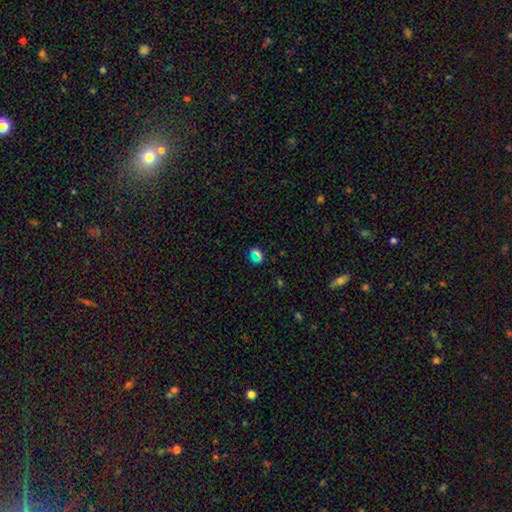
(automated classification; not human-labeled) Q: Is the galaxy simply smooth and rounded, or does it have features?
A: smooth — 55%.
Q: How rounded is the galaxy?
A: round — 74%.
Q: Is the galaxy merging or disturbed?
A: none — 83%.